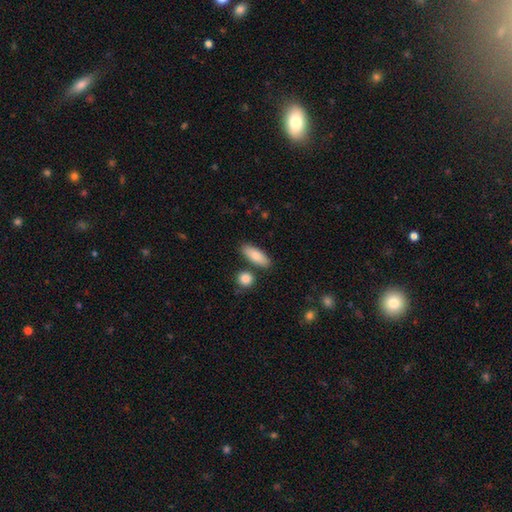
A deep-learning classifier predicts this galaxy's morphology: A smooth galaxy with no disk features (83%) that is in between round and cigar-shaped (70%).

Vote fractions:
- Smooth or featured? smooth: 83% / featured or disk: 12% / star or artifact: 6%
- How rounded? in between: 70% / cigar-shaped: 27% / round: 3%
- Merging? none: 80% / minor disturbance: 10% / merger: 8% / major disturbance: 2%